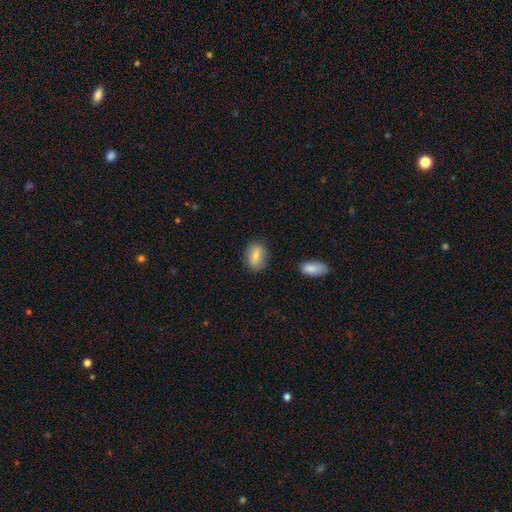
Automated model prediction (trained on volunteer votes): Morphology: type=smooth (77%); roundness=in between (78%); merging=none (83%).